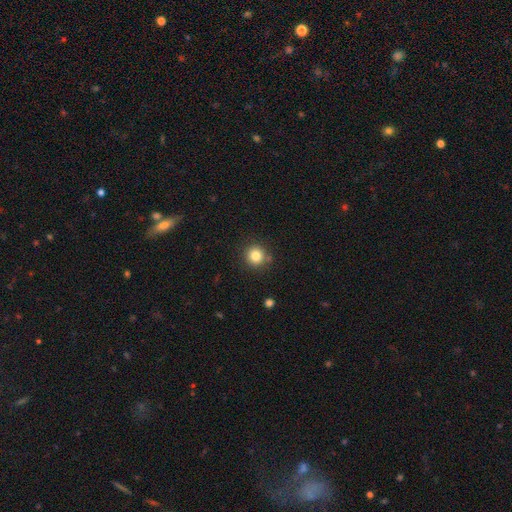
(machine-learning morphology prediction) smooth_or_featured: smooth (p=0.82) [alt: star or artifact p=0.12]
how_rounded: round (p=0.93) [alt: in between p=0.06]
merging: none (p=0.86) [alt: minor disturbance p=0.08]